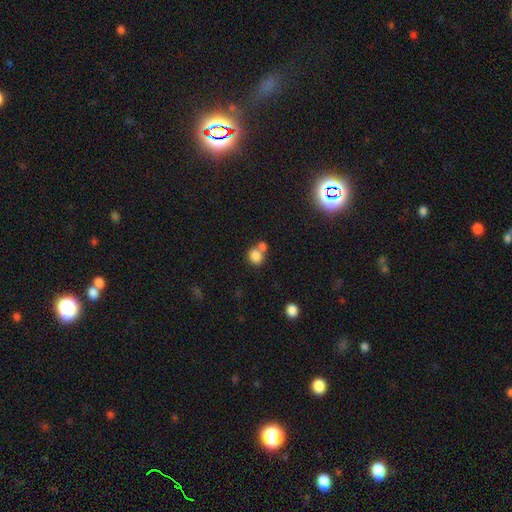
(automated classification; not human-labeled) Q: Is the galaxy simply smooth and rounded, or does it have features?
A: smooth — 82%.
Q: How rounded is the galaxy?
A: round — 67%.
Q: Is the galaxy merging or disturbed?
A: merger — 44%, tied with none.